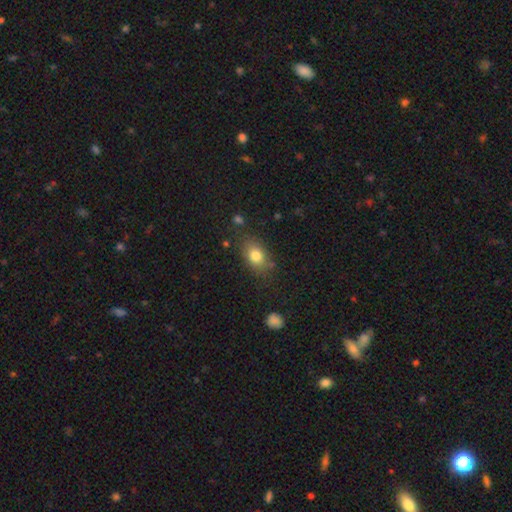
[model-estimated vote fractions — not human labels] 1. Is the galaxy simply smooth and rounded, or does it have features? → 80% smooth, 10% featured or disk, 10% star or artifact.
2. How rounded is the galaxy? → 74% in between, 24% round, 2% cigar-shaped.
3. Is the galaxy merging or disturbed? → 77% none, 16% minor disturbance, 5% major disturbance, 3% merger.